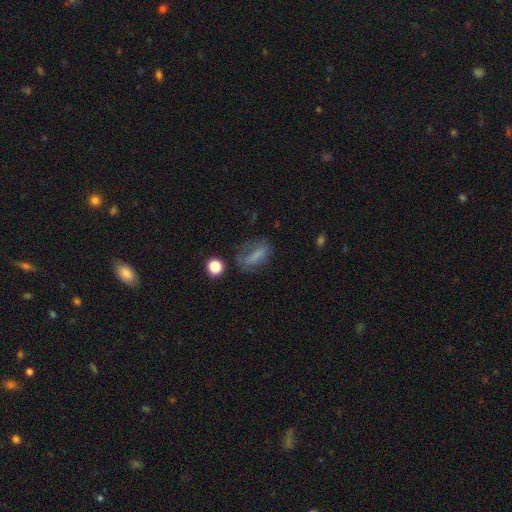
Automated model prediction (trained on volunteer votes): Smooth or featured: smooth — 68% (featured or disk — 19%)
How rounded: in between — 60% (cigar-shaped — 30%)
Merging: none — 56% (minor disturbance — 24%)